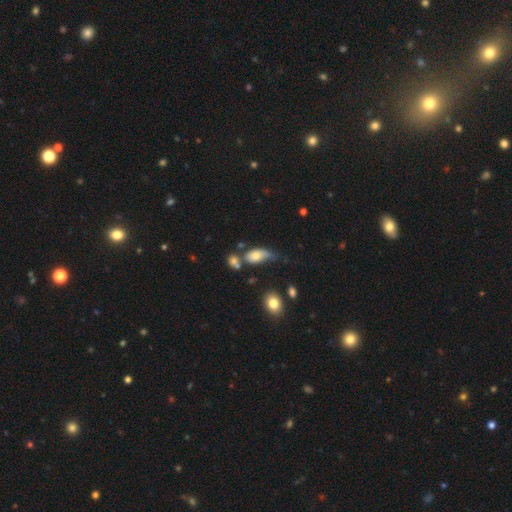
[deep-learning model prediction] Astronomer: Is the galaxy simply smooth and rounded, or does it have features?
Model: smooth — 69%.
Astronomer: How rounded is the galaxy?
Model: in between — 87%.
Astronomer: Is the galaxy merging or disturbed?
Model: minor disturbance — 32% (runner-up: none, 28%).